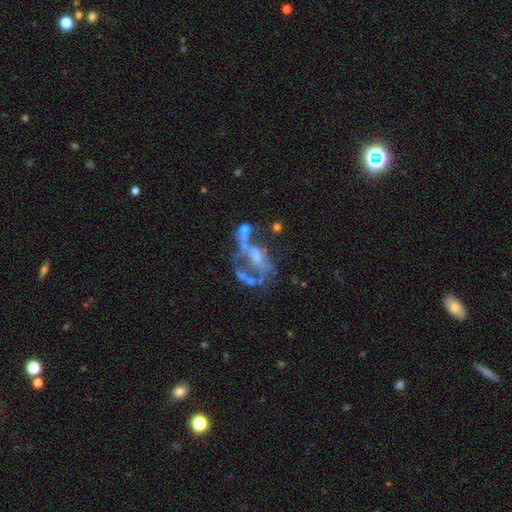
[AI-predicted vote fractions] Q: Smooth or featured?
A: featured or disk (67%); runner-up: star or artifact (17%)
Q: Edge-on disk?
A: no (96%); runner-up: yes (4%)
Q: Bar?
A: no (72%); runner-up: weak (19%)
Q: Spiral arms?
A: no (75%); runner-up: yes (25%)
Q: Bulge size?
A: none (43%); runner-up: small (31%)
Q: Merging?
A: major disturbance (32%); runner-up: none (28%)